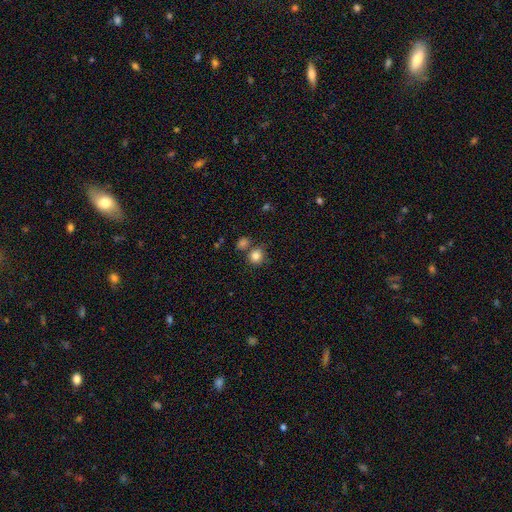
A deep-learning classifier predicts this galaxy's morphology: Smooth or featured?
  - smooth: 84% *
  - star or artifact: 11%
  - featured or disk: 6%
How rounded?
  - round: 85% *
  - in between: 14%
  - cigar-shaped: 1%
Merging?
  - none: 67% *
  - merger: 17%
  - minor disturbance: 12%
  - major disturbance: 4%